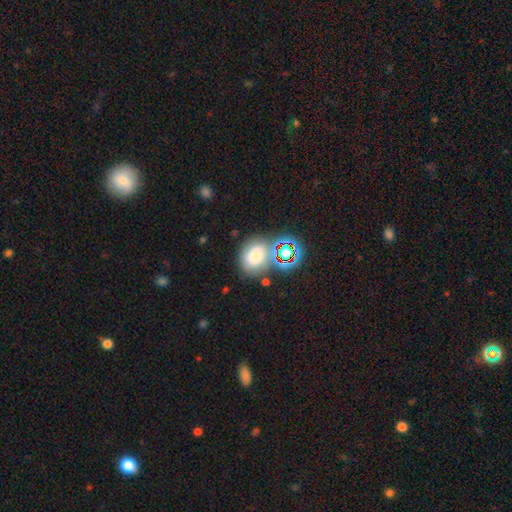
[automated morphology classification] Overall: smooth (65%). How rounded: round (58%; in between 41%). Merging: none (64%).